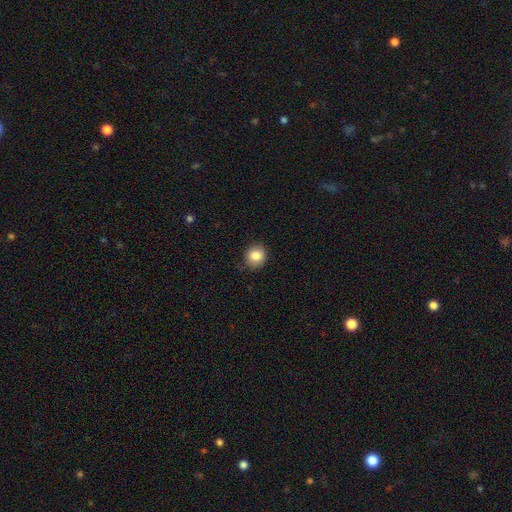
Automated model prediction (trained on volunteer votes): Q: Smooth or featured?
A: smooth (85%); runner-up: star or artifact (9%)
Q: How rounded?
A: round (85%); runner-up: in between (14%)
Q: Merging?
A: none (82%); runner-up: minor disturbance (14%)